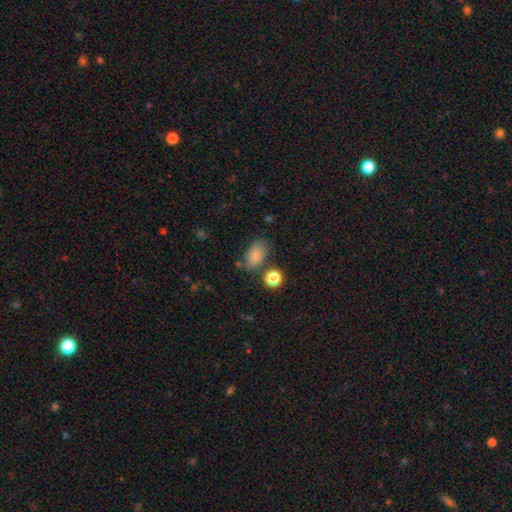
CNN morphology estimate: A smooth galaxy with no disk features (81%) that is in between round and cigar-shaped (88%).

Vote fractions:
- Smooth or featured? smooth: 81% / star or artifact: 10% / featured or disk: 8%
- How rounded? in between: 88% / round: 10% / cigar-shaped: 2%
- Merging? none: 65% / minor disturbance: 21% / merger: 8% / major disturbance: 7%